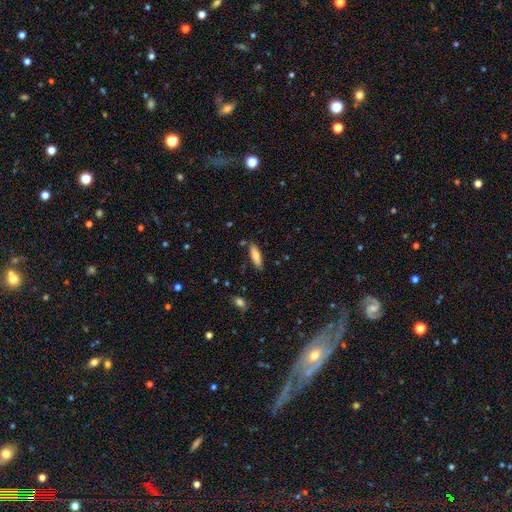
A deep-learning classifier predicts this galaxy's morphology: smooth 79%, featured or disk 14%, star or artifact 7%. Down the decision tree: how rounded — cigar-shaped (53%); merging — none (83%).